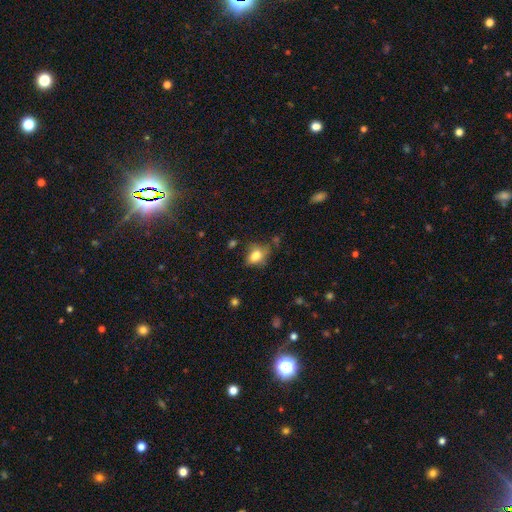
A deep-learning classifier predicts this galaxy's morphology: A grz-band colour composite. It shows a smooth galaxy with no disk features (79%) that is in between round and cigar-shaped (69%). Merging: none (56%).